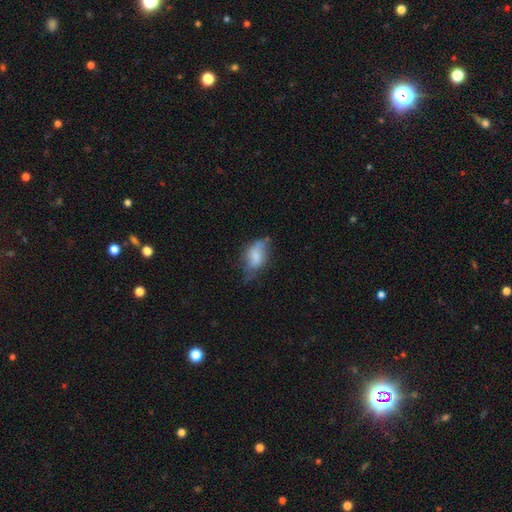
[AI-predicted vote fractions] Smooth or featured?
  - smooth: 66% *
  - featured or disk: 25%
  - star or artifact: 9%
How rounded?
  - in between: 88% *
  - round: 8%
  - cigar-shaped: 4%
Merging?
  - minor disturbance: 38% *
  - none: 34%
  - major disturbance: 23%
  - merger: 4%